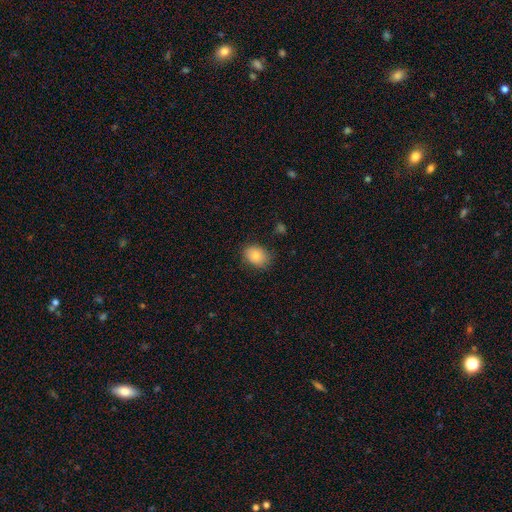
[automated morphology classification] smooth_or_featured: smooth (p=0.84) [alt: star or artifact p=0.09]
how_rounded: in between (p=0.68) [alt: round p=0.31]
merging: none (p=0.81) [alt: minor disturbance p=0.15]